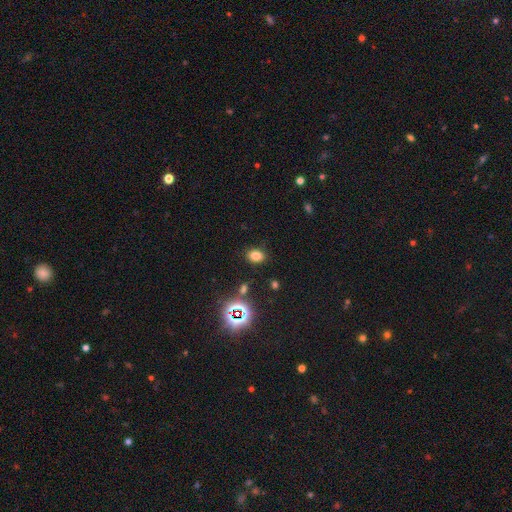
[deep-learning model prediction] Smooth or featured? smooth (74%)
How rounded? in between (71%)
Merging? none (86%)